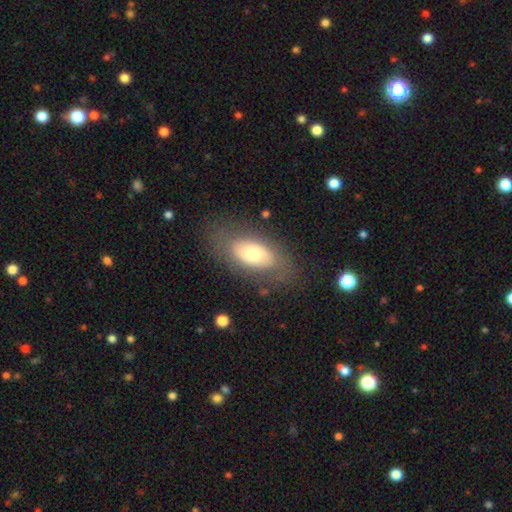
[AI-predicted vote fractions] Q: Smooth or featured?
A: smooth (59%); runner-up: featured or disk (33%)
Q: How rounded?
A: in between (88%); runner-up: cigar-shaped (7%)
Q: Merging?
A: none (76%); runner-up: minor disturbance (15%)